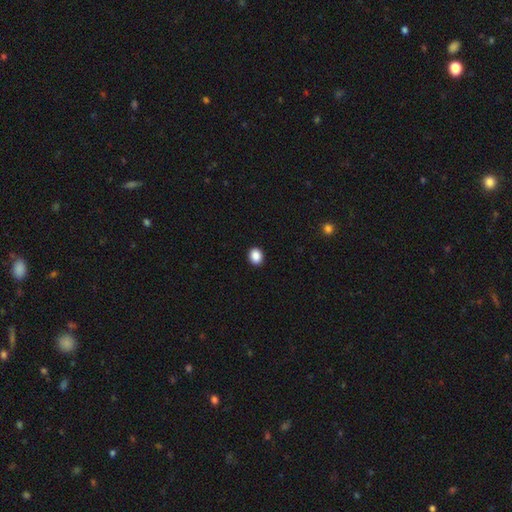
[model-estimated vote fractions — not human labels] smooth 89%, star or artifact 8%, featured or disk 3%. Down the decision tree: how rounded — round (52%); merging — none (92%).